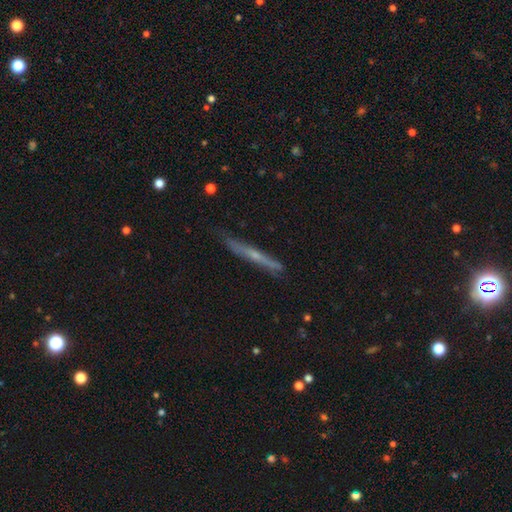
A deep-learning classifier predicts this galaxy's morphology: The model was most divided on "edge-on bulge": rounded: 49%, none: 46%, boxy: 5%. More confident: edge-on disk — yes (94%); merging — none (80%); smooth or featured — featured or disk (59%).